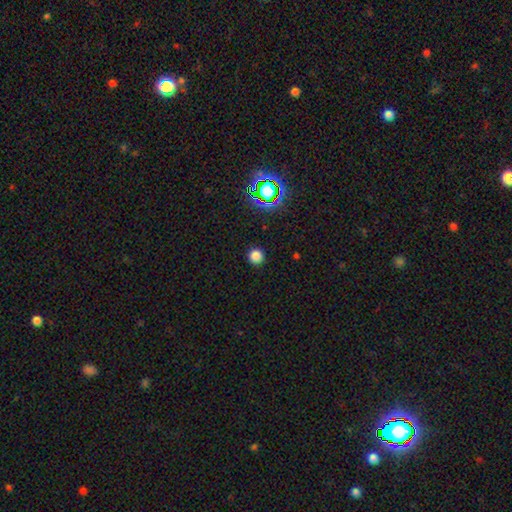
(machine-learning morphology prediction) Smooth or featured? smooth (80%)
How rounded? round (95%)
Merging? none (92%)